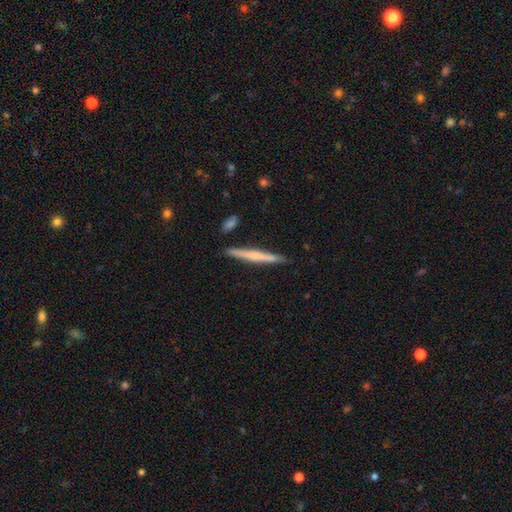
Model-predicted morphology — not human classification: The model was most divided on "smooth or featured": smooth: 48%, featured or disk: 46%, star or artifact: 6%. More confident: merging — none (89%).